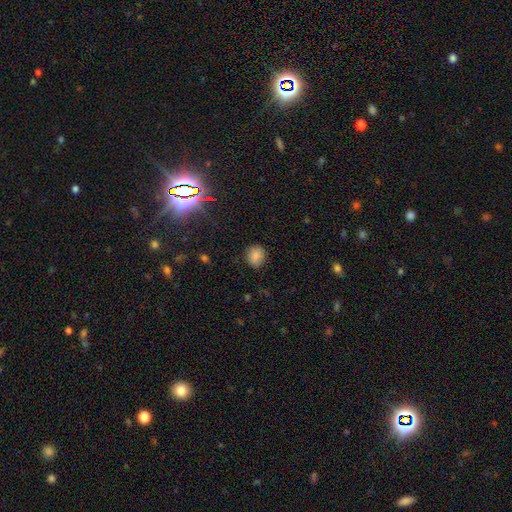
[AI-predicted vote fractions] smooth-or-featured: smooth: 81% | star or artifact: 13% | featured or disk: 6%
  how-rounded: round: 73% | in between: 26% | cigar-shaped: 1%
  merging: none: 87% | minor disturbance: 9% | major disturbance: 3% | merger: 1%